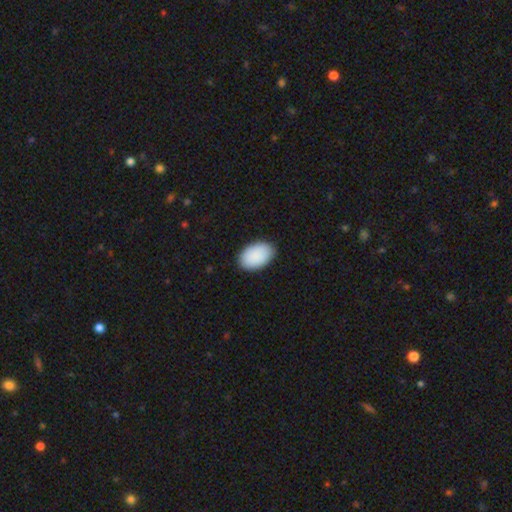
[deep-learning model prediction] Smooth or featured?
  - smooth: 91% *
  - star or artifact: 6%
  - featured or disk: 3%
How rounded?
  - in between: 92% *
  - round: 7%
  - cigar-shaped: 1%
Merging?
  - none: 88% *
  - minor disturbance: 10%
  - major disturbance: 2%
  - merger: 1%